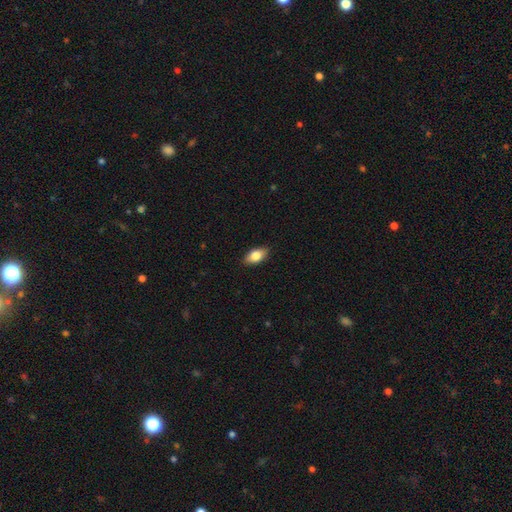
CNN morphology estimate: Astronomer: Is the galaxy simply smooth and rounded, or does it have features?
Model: smooth — 79%.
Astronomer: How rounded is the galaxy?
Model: in between — 89%.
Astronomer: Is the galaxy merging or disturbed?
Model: none — 88%.